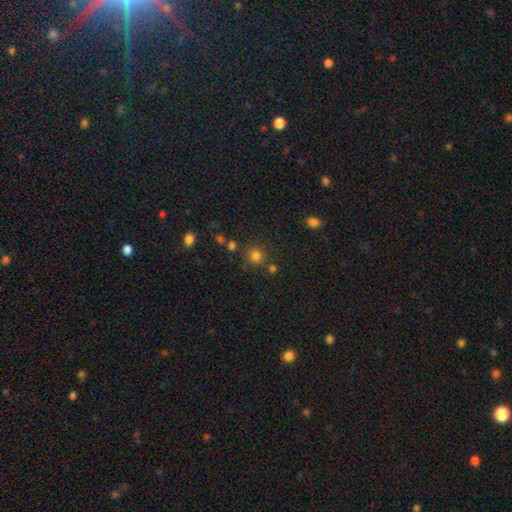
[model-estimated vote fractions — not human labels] Smooth or featured: smooth — 78% (star or artifact — 16%)
How rounded: round — 89% (in between — 10%)
Merging: none — 77% (minor disturbance — 10%)